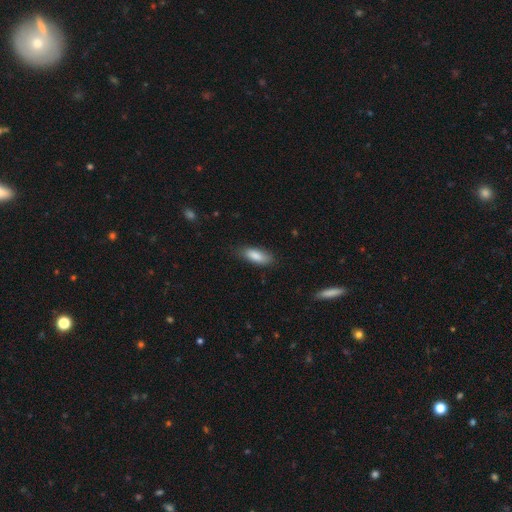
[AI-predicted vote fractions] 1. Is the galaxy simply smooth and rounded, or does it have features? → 85% smooth, 9% featured or disk, 6% star or artifact.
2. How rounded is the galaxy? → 75% in between, 23% cigar-shaped, 2% round.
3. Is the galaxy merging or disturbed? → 77% none, 18% minor disturbance, 4% major disturbance, 1% merger.